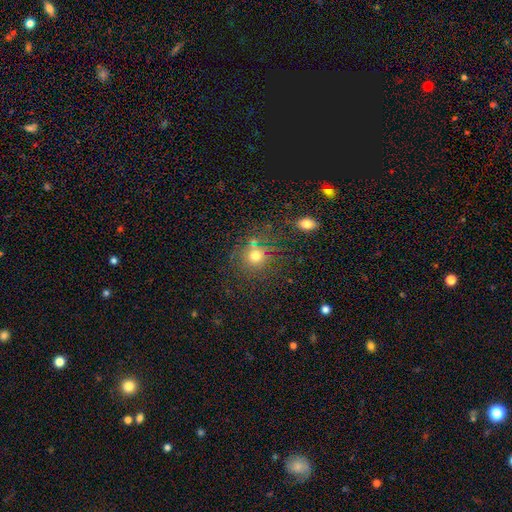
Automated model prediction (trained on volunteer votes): Smooth or featured? Predicted: smooth (p=0.70). How rounded? Predicted: round (p=0.88). Merging? Predicted: none (p=0.78).